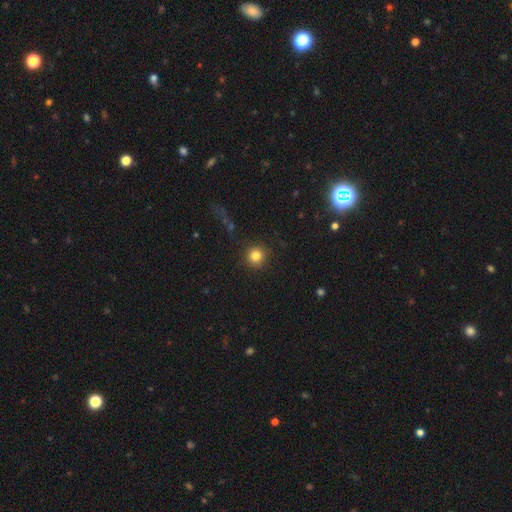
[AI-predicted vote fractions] A smooth galaxy with no disk features (83%) that is round (95%).

Vote fractions:
- Smooth or featured? smooth: 83% / star or artifact: 11% / featured or disk: 6%
- How rounded? round: 95% / in between: 4% / cigar-shaped: 1%
- Merging? none: 89% / minor disturbance: 6% / major disturbance: 3% / merger: 2%